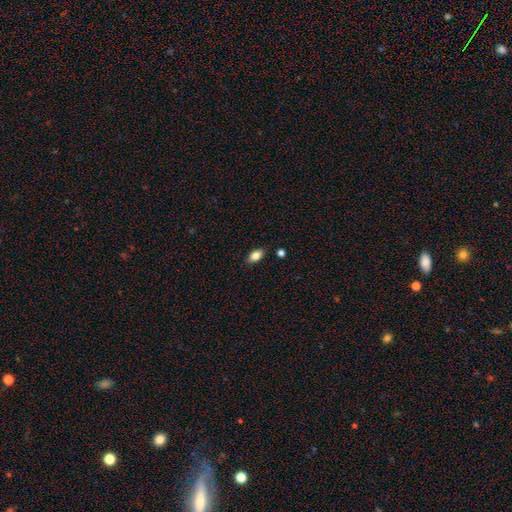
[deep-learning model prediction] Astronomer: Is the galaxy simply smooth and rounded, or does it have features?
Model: smooth — 82%.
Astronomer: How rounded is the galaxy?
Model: in between — 90%.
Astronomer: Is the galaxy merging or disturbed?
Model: none — 86%.